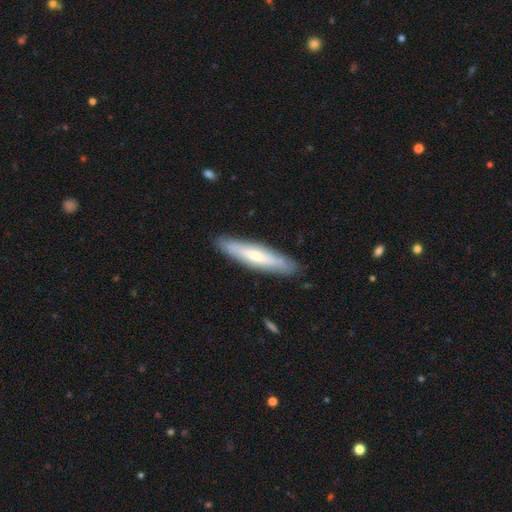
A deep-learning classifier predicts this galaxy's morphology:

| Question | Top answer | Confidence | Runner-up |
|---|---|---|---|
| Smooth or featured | smooth | 48% | featured or disk (47%) |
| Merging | none | 87% | minor disturbance (10%) |